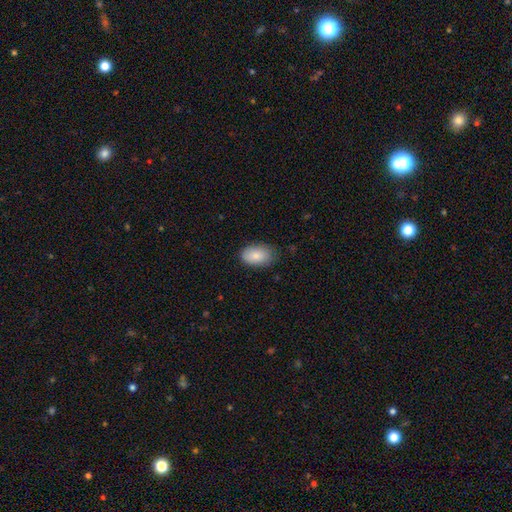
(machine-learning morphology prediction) Smooth or featured? Predicted: smooth (p=0.84). How rounded? Predicted: in between (p=0.91). Merging? Predicted: none (p=0.77).